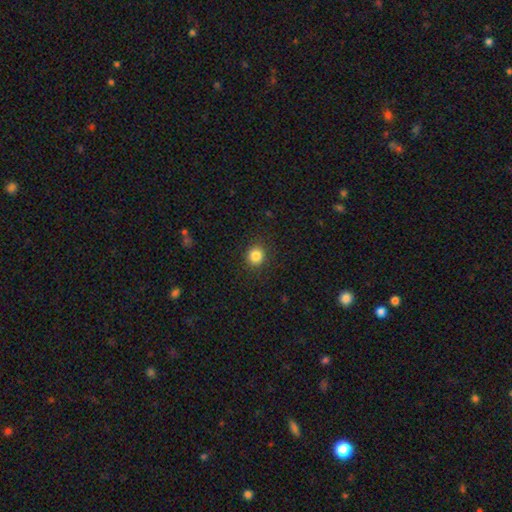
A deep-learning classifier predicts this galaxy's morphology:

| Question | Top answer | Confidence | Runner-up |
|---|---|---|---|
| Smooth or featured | smooth | 85% | star or artifact (11%) |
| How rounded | round | 87% | in between (12%) |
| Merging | none | 90% | minor disturbance (6%) |